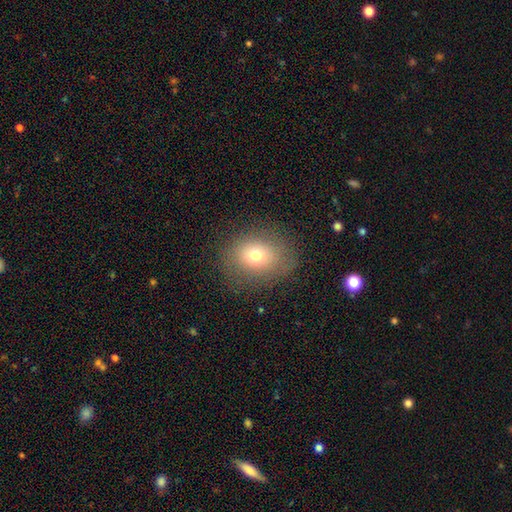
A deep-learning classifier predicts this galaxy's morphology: Smooth or featured? Predicted: smooth (p=0.72). How rounded? Predicted: round (p=0.51). Merging? Predicted: none (p=0.81).